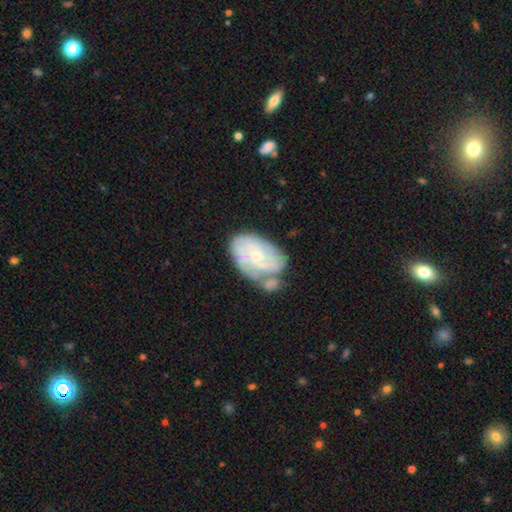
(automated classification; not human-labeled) Smooth or featured?
  - featured or disk: 74% *
  - smooth: 21%
  - star or artifact: 6%
Edge-on disk?
  - no: 97% *
  - yes: 3%
Bar?
  - no: 70% *
  - weak: 26%
  - strong: 4%
Spiral arms?
  - yes: 88% *
  - no: 12%
Spiral winding?
  - tight: 63% *
  - medium: 28%
  - loose: 9%
Spiral arm count?
  - can't tell: 40% *
  - 2: 22%
  - 3: 20%
  - 4: 10%
  - 1: 5%
  - more than 4: 4%
Bulge size?
  - small: 63% *
  - moderate: 32%
  - none: 2%
  - large: 1%
  - dominant: 1%
Merging?
  - none: 42% *
  - merger: 24%
  - minor disturbance: 24%
  - major disturbance: 11%